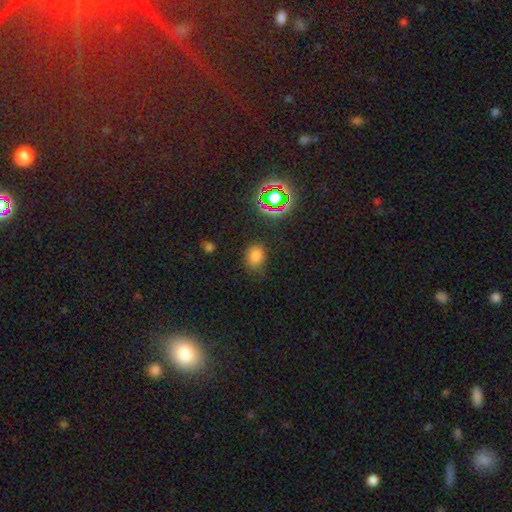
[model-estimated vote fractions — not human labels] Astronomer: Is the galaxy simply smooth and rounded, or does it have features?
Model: smooth — 72%.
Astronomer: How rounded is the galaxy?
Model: in between — 60% (runner-up: round, 39%).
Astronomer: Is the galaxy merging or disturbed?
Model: none — 71%.